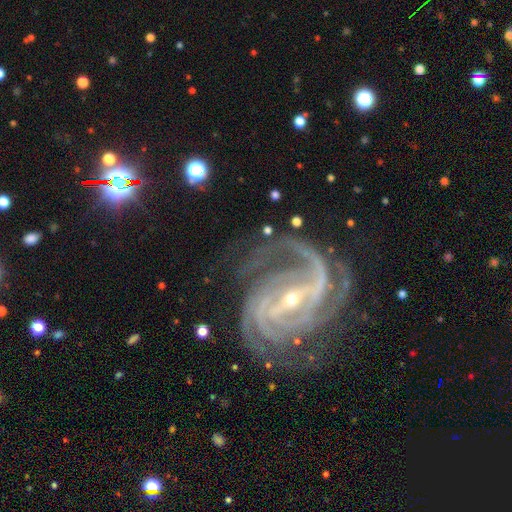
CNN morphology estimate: The model was most divided on "spiral arm count": 3: 26%, 2: 23%, 4: 21%, can't tell: 13%, more than 4: 10%, 1: 8%. More confident: spiral arms — yes (99%); edge-on disk — no (97%); smooth or featured — featured or disk (93%); bulge size — small (71%); merging — none (68%); bar — strong (68%); spiral winding — tight (50%).